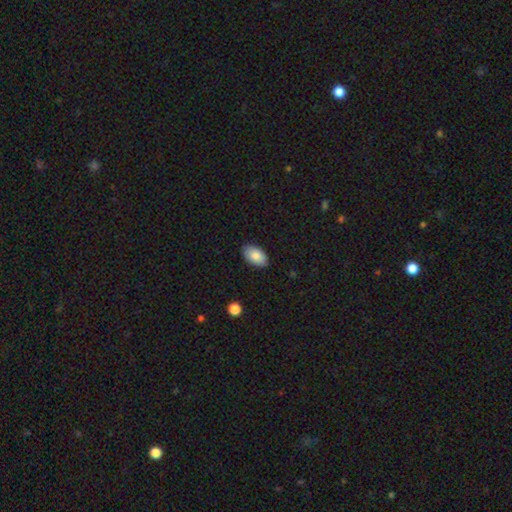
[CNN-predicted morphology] smooth 85%, featured or disk 8%, star or artifact 7%. Down the decision tree: how rounded — in between (94%); merging — none (87%).